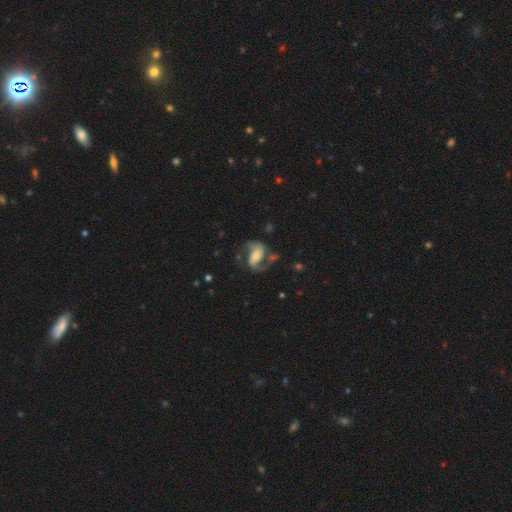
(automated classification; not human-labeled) Smooth or featured? featured or disk (81%)
Edge-on disk? no (97%)
Bar? strong (37%)
Spiral arms? yes (93%)
Spiral winding? medium (48%)
Spiral arm count? 2 (87%)
Bulge size? moderate (53%)
Merging? none (60%)